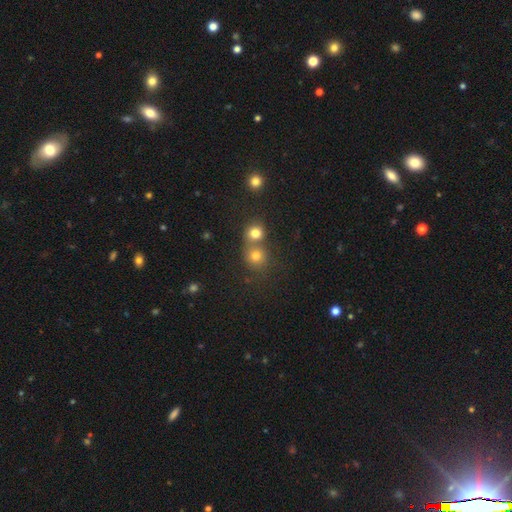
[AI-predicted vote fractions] Smooth or featured? Predicted: smooth (p=0.76). How rounded? Predicted: round (p=0.85). Merging? Predicted: merger (p=0.45, tied with none).